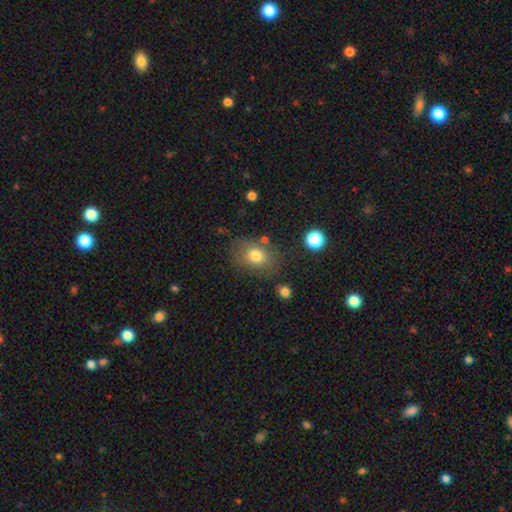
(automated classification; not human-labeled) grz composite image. It shows a smooth galaxy with no disk features (76%) that is in between round and cigar-shaped (62%). Merging: none (71%).